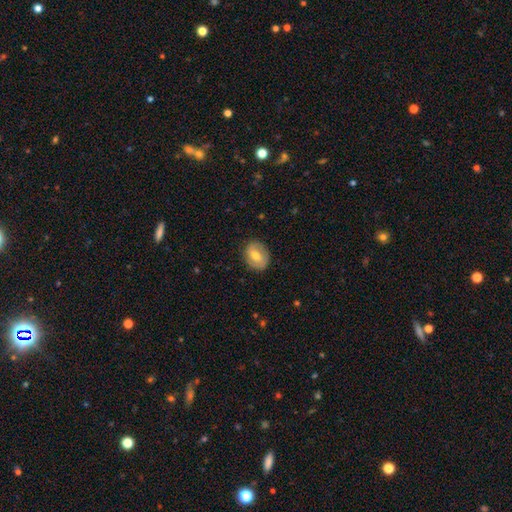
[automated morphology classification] smooth-or-featured: smooth: 56% | featured or disk: 38% | star or artifact: 7%
  how-rounded: in between: 52% | round: 47% | cigar-shaped: 1%
  merging: none: 82% | minor disturbance: 13% | major disturbance: 4% | merger: 1%